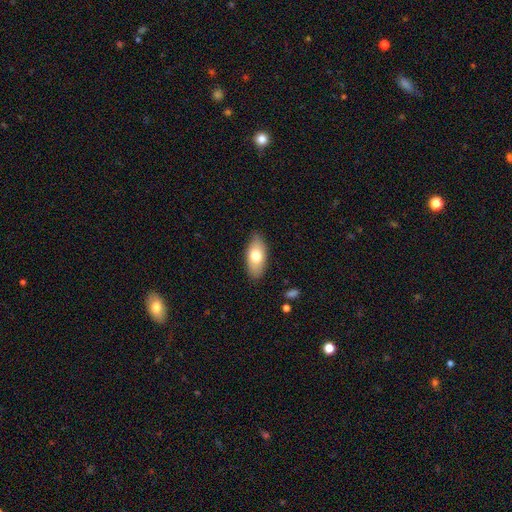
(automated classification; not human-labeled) Smooth or featured: smooth — 71% (featured or disk — 22%)
How rounded: in between — 89% (cigar-shaped — 8%)
Merging: none — 85% (minor disturbance — 12%)